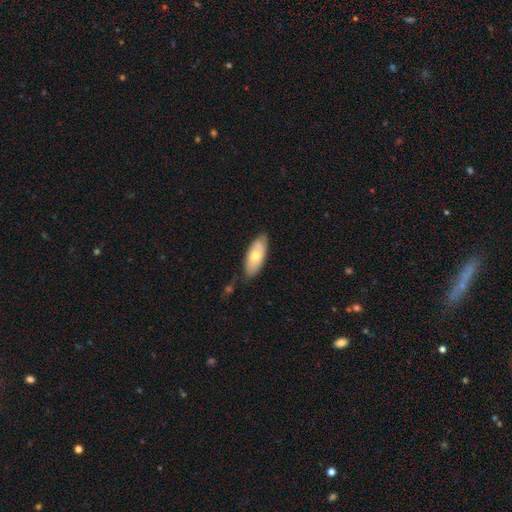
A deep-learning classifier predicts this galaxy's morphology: Smooth or featured?
  - smooth: 66% *
  - featured or disk: 29%
  - star or artifact: 6%
How rounded?
  - in between: 83% *
  - cigar-shaped: 15%
  - round: 2%
Merging?
  - none: 71% *
  - minor disturbance: 23%
  - major disturbance: 4%
  - merger: 3%